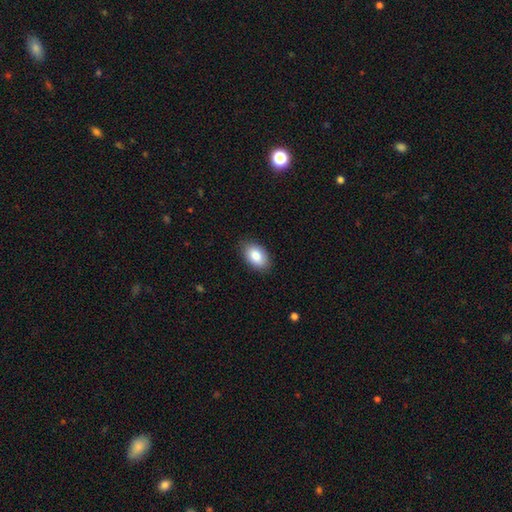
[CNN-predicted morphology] smooth 85%, featured or disk 8%, star or artifact 7%. Down the decision tree: how rounded — in between (92%); merging — none (86%).